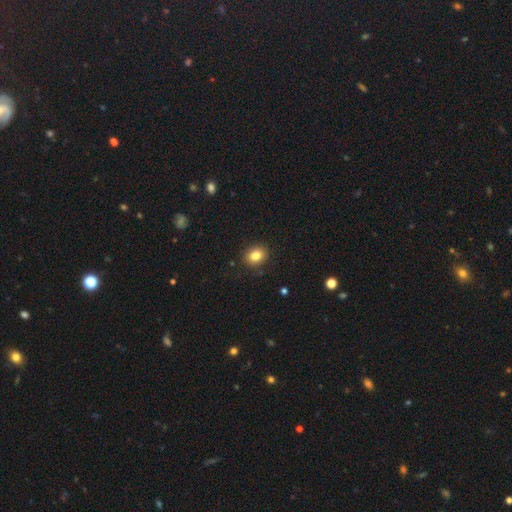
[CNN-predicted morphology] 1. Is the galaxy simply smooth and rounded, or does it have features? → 83% smooth, 11% star or artifact, 7% featured or disk.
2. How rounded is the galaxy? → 58% round, 41% in between, 1% cigar-shaped.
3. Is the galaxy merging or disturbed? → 88% none, 8% minor disturbance, 2% major disturbance, 1% merger.